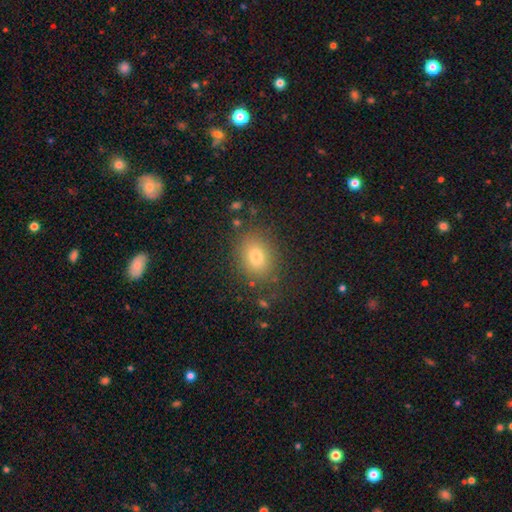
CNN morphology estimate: Smooth or featured: smooth — 76% (star or artifact — 14%)
How rounded: in between — 57% (round — 42%)
Merging: none — 84% (minor disturbance — 10%)